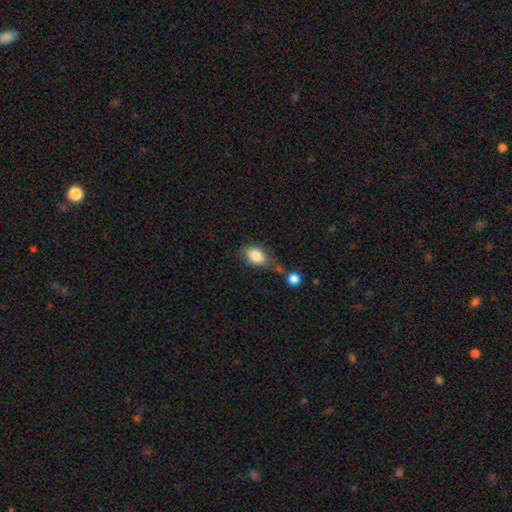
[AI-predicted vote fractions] Smooth or featured: smooth — 84% (featured or disk — 8%)
How rounded: in between — 84% (round — 15%)
Merging: none — 52% (minor disturbance — 23%)